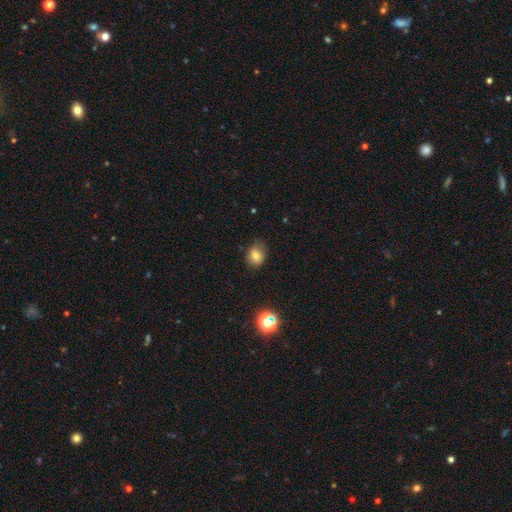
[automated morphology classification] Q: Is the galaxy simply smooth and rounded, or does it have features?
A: smooth — 78%.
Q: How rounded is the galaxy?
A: round — 54%.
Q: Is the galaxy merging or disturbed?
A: none — 68%.